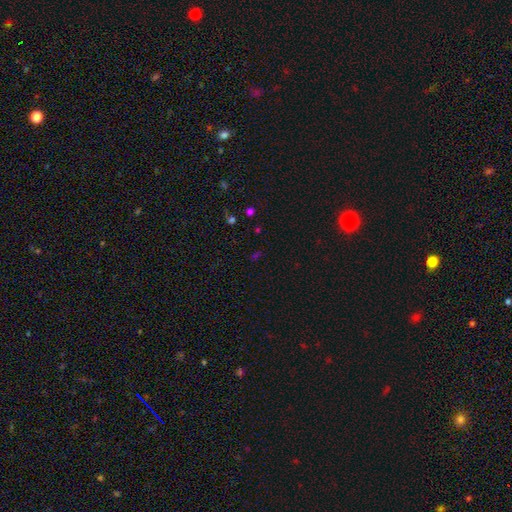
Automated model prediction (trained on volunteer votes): smooth_or_featured: star or artifact (p=0.58) [alt: smooth p=0.34]